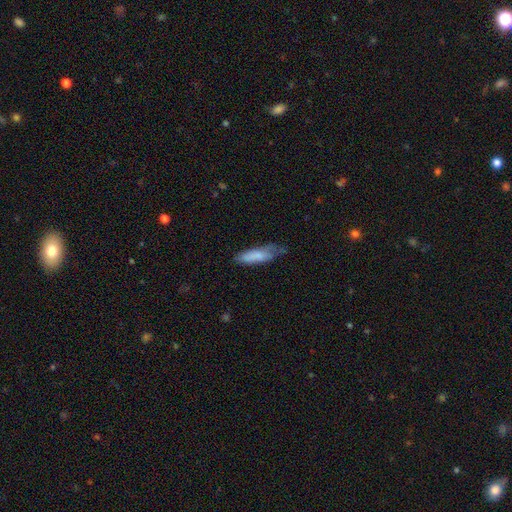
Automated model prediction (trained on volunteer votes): The model was most divided on "merging": none: 44%, minor disturbance: 37%, major disturbance: 17%, merger: 3%. More confident: smooth or featured — smooth (73%); how rounded — cigar-shaped (56%).